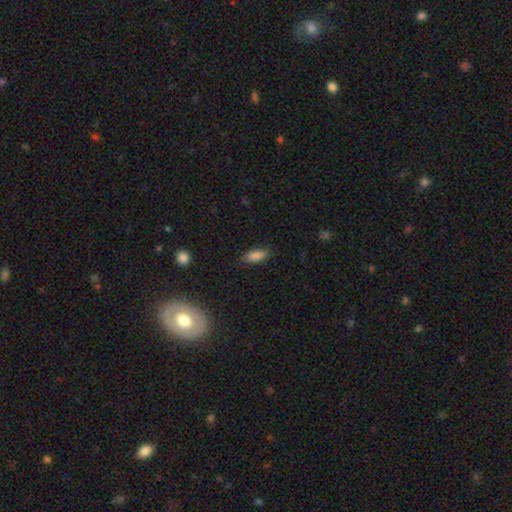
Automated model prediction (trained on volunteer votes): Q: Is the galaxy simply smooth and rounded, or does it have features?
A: smooth — 83%.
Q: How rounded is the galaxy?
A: in between — 80%.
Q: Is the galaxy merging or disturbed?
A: none — 82%.